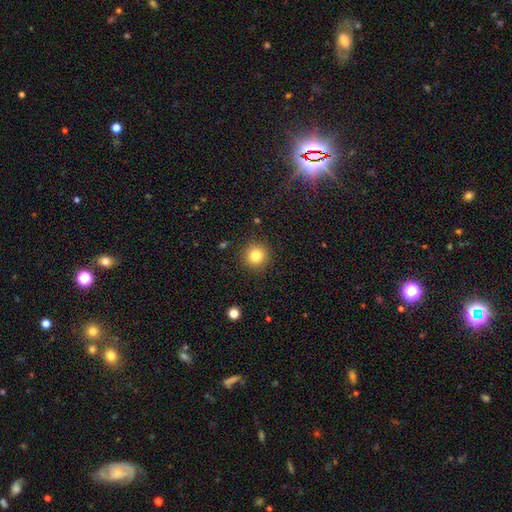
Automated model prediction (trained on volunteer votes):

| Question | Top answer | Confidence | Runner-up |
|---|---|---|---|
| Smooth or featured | smooth | 82% | star or artifact (11%) |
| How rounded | round | 94% | in between (5%) |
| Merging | none | 90% | minor disturbance (6%) |